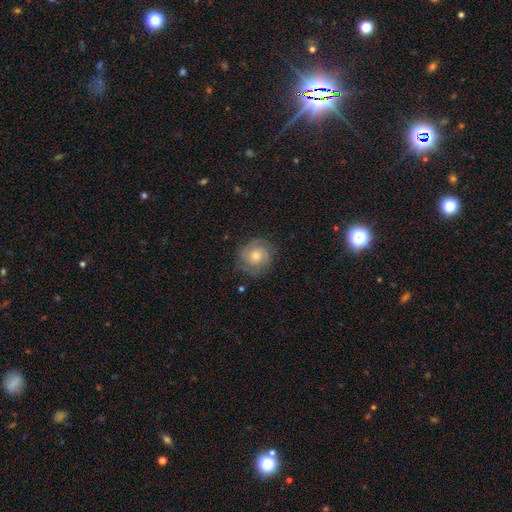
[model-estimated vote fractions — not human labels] The model was most divided on "spiral arm count": 2: 37%, can't tell: 27%, 3: 21%, 4: 6%, 1: 5%, more than 4: 4%. More confident: edge-on disk — no (97%); spiral arms — yes (92%); merging — none (81%); bar — no (77%); smooth or featured — featured or disk (66%); bulge size — moderate (64%); spiral winding — tight (63%).